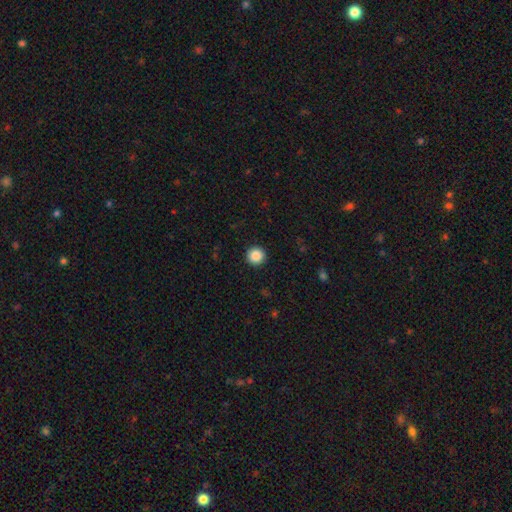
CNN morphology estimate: smooth-or-featured: smooth: 88% | star or artifact: 9% | featured or disk: 3%
  how-rounded: round: 96% | in between: 4% | cigar-shaped: 1%
  merging: none: 93% | minor disturbance: 5% | major disturbance: 2% | merger: 1%